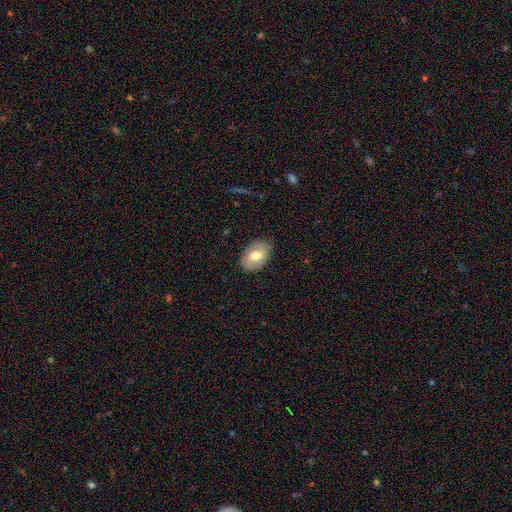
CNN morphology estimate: Smooth or featured?
  - smooth: 62% *
  - featured or disk: 31%
  - star or artifact: 7%
How rounded?
  - in between: 85% *
  - round: 14%
  - cigar-shaped: 1%
Merging?
  - none: 81% *
  - minor disturbance: 15%
  - major disturbance: 3%
  - merger: 1%